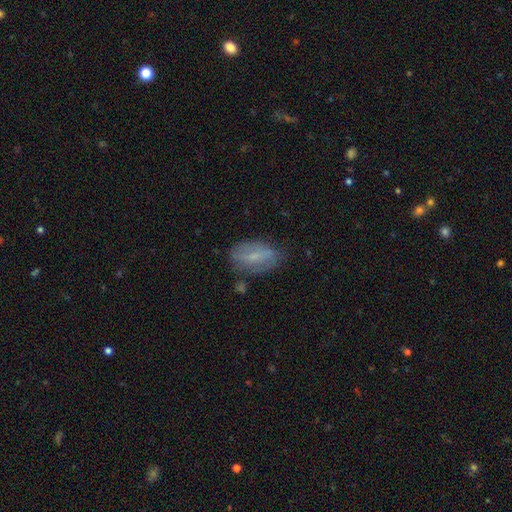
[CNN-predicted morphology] Smooth or featured: smooth — 48% (featured or disk — 43%)
Merging: none — 68% (minor disturbance — 21%)